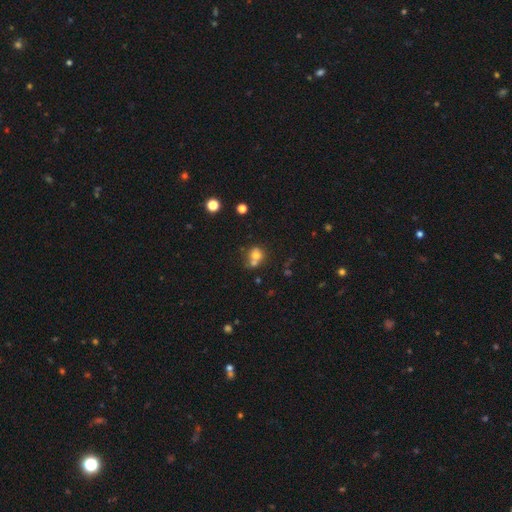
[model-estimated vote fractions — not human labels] Morphology: type=smooth (67%); roundness=round (72%); merging=merger (49%).